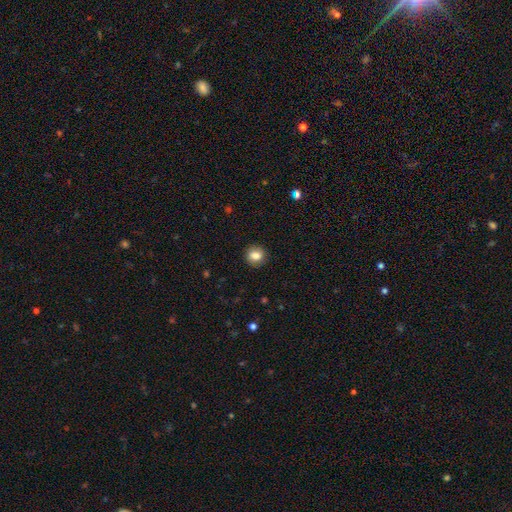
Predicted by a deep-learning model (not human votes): A smooth galaxy with no disk features (83%) that is round (81%). Merging: none (90%).